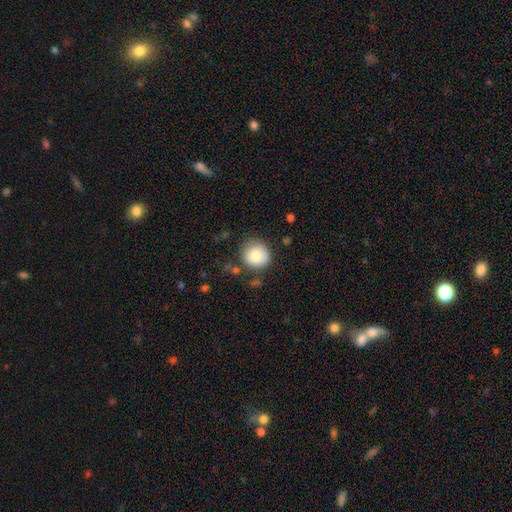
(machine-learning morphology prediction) A smooth galaxy with no disk features (80%) that is round (87%).

Vote fractions:
- Smooth or featured? smooth: 80% / featured or disk: 12% / star or artifact: 8%
- How rounded? round: 87% / in between: 12% / cigar-shaped: 1%
- Merging? none: 73% / minor disturbance: 18% / major disturbance: 5% / merger: 4%